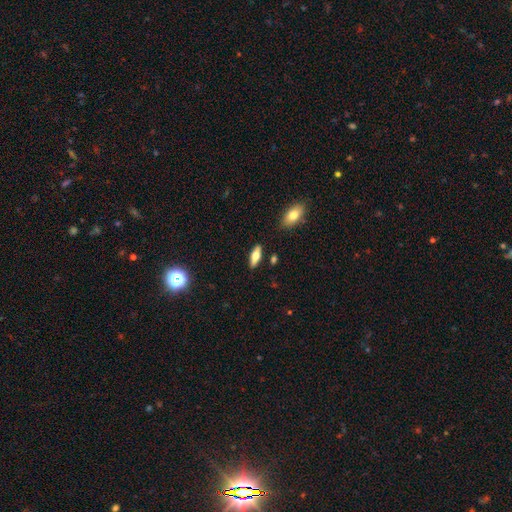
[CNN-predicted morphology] Smooth or featured: smooth — 60% (featured or disk — 33%)
How rounded: in between — 67% (cigar-shaped — 30%)
Merging: none — 86% (minor disturbance — 9%)